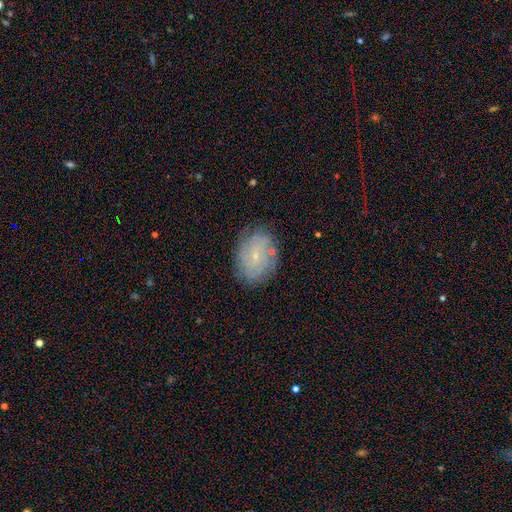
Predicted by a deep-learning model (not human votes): Morphology: type=featured or disk (63%); edge-on=no (96%); bar=no (72%); spiral arms=yes (83%); winding=tight (66%); arm count=can't tell (52%); bulge=small (84%); merging=none (78%).